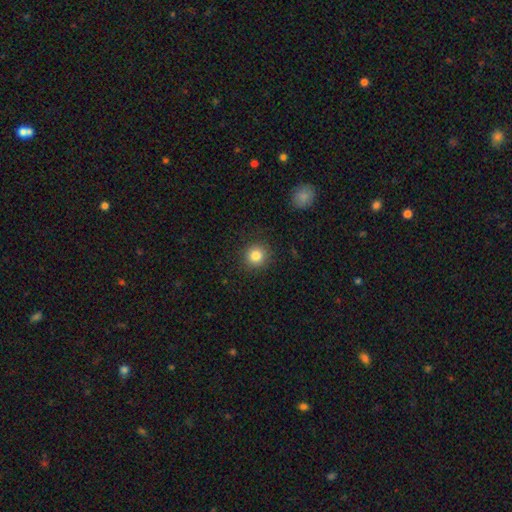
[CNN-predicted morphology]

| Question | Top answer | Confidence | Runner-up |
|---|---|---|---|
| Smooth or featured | smooth | 84% | star or artifact (11%) |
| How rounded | round | 92% | in between (7%) |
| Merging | none | 90% | minor disturbance (7%) |